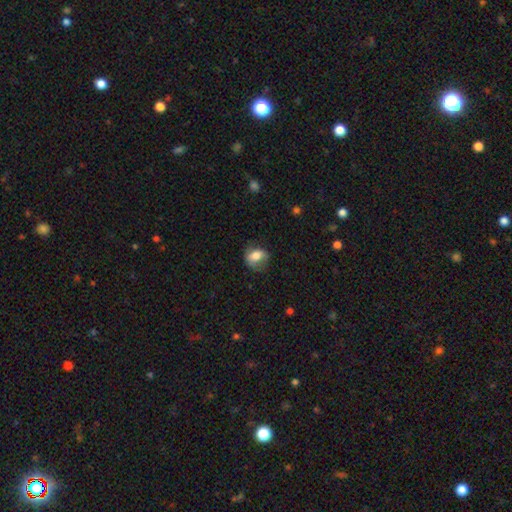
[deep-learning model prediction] Smooth or featured?
  - smooth: 69% *
  - featured or disk: 22%
  - star or artifact: 8%
How rounded?
  - in between: 52% *
  - round: 47%
  - cigar-shaped: 1%
Merging?
  - none: 53% *
  - minor disturbance: 28%
  - major disturbance: 18%
  - merger: 2%